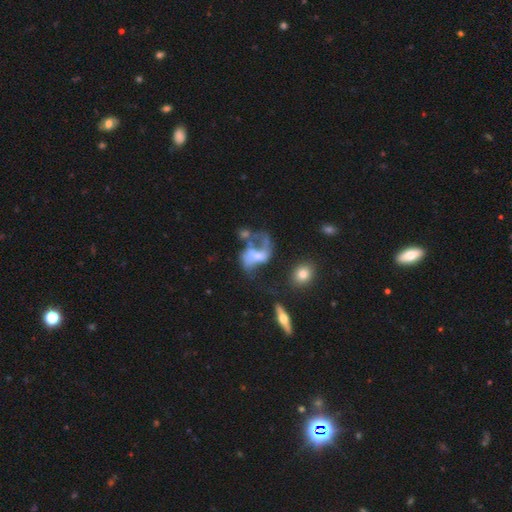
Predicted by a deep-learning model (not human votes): Smooth or featured? featured or disk (68%)
Edge-on disk? no (96%)
Bar? no (54%)
Spiral arms? yes (58%)
Bulge size? small (37%)
Merging? major disturbance (42%)